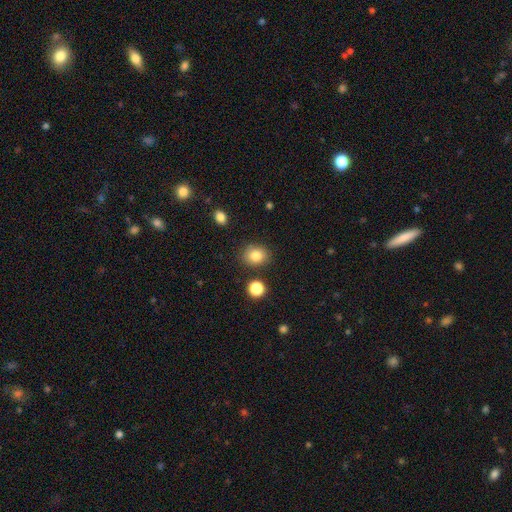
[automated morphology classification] This appears to be a smooth galaxy with no disk features (83%) that is round (61%). Merging: none (84%).